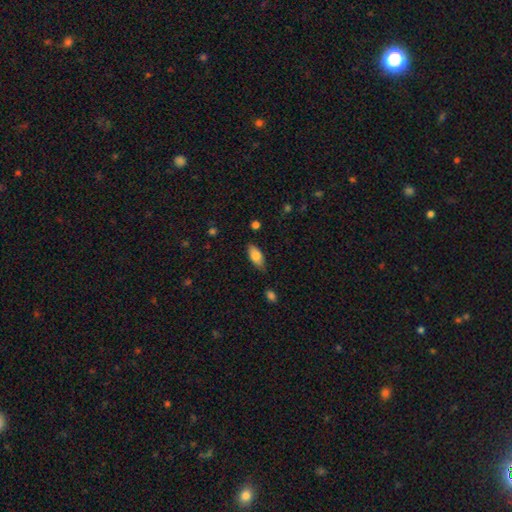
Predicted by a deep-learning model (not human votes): Smooth or featured? Predicted: smooth (p=0.81). How rounded? Predicted: in between (p=0.83). Merging? Predicted: none (p=0.77).